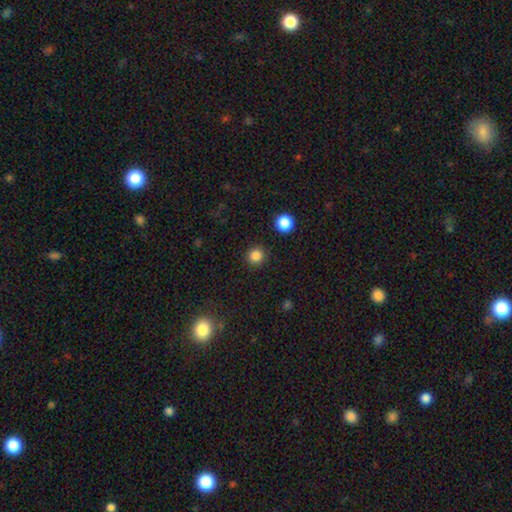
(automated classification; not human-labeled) Morphology: type=smooth (84%); roundness=round (94%); merging=none (91%).